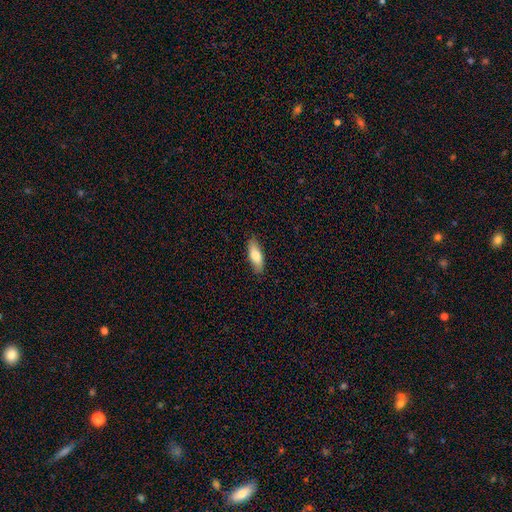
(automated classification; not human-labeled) Smooth or featured? Predicted: smooth (p=0.76). How rounded? Predicted: in between (p=0.61). Merging? Predicted: none (p=0.85).